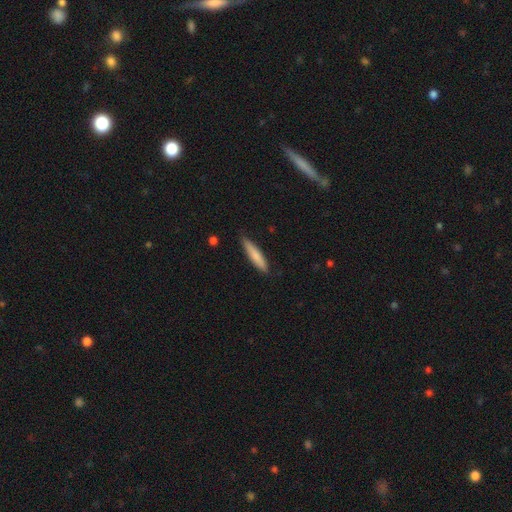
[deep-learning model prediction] Smooth or featured? smooth (77%)
How rounded? cigar-shaped (87%)
Merging? none (85%)